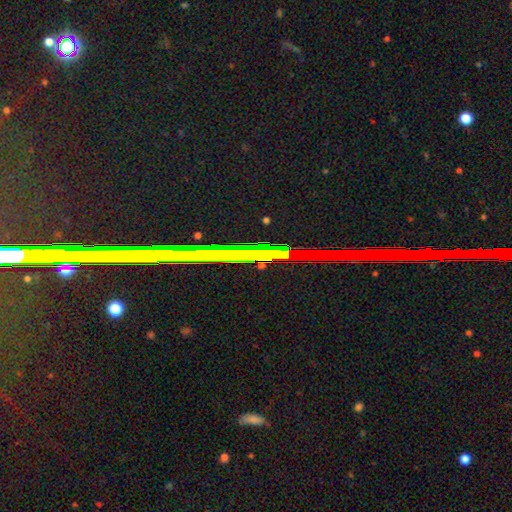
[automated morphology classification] Overall: star or artifact (79%).